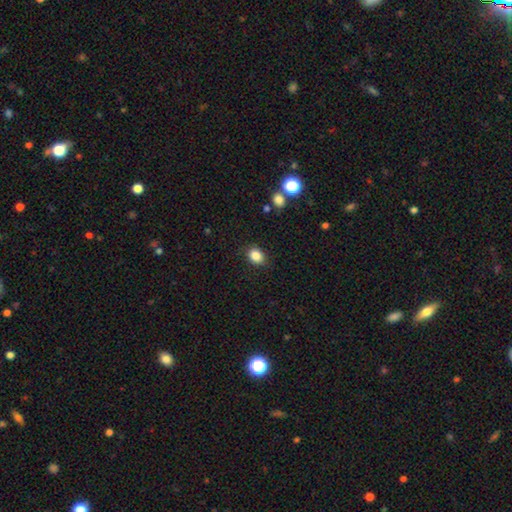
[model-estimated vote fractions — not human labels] smooth-or-featured: smooth: 86% | star or artifact: 10% | featured or disk: 4%
  how-rounded: in between: 55% | round: 44% | cigar-shaped: 1%
  merging: none: 83% | minor disturbance: 13% | major disturbance: 3% | merger: 1%